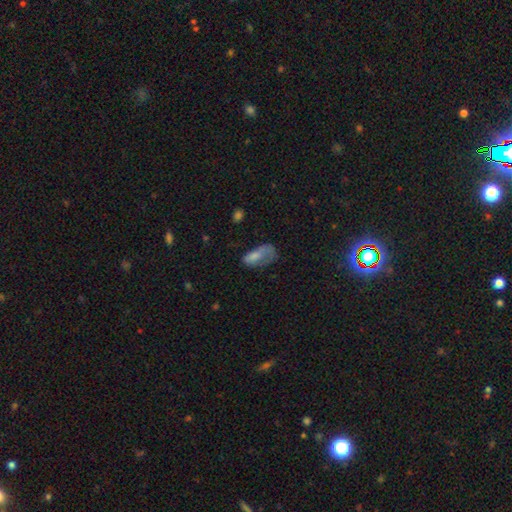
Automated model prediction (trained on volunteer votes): Overall: smooth (70%). How rounded: in between (87%). Merging: major disturbance (42%; minor disturbance 28%).